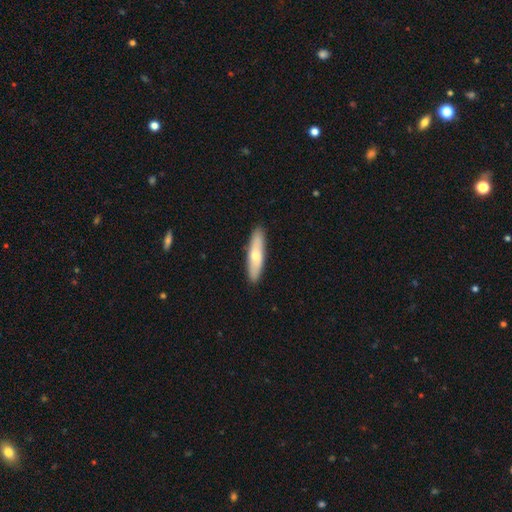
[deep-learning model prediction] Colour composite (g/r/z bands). It shows a smooth galaxy with no disk features (61%) that is cigar-shaped (74%). Merging: none (90%).